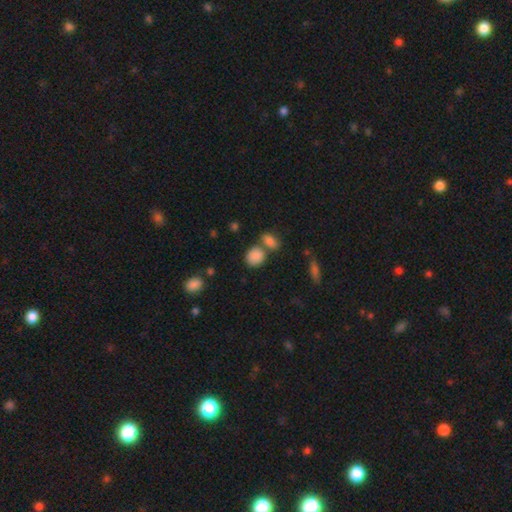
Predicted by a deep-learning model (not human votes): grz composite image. It shows a smooth galaxy with no disk features (86%) that is round (63%). Merging: none (53%).